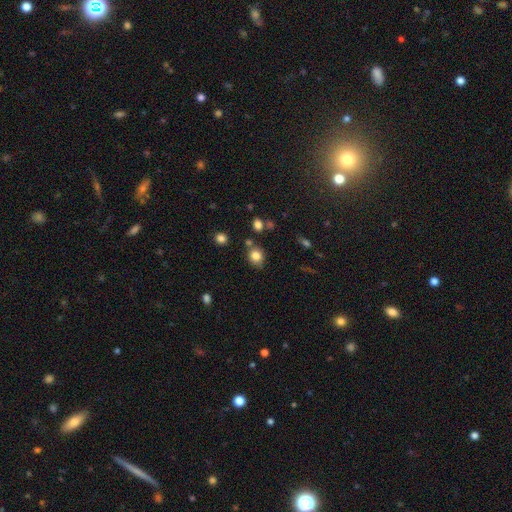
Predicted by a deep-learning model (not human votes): Q: Smooth or featured?
A: smooth (82%); runner-up: star or artifact (12%)
Q: How rounded?
A: round (73%); runner-up: in between (26%)
Q: Merging?
A: none (72%); runner-up: minor disturbance (15%)